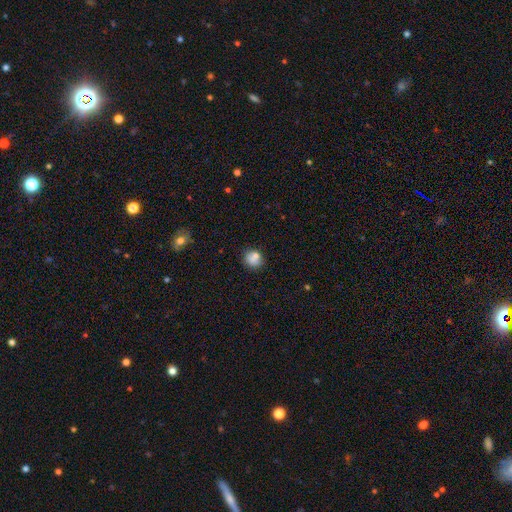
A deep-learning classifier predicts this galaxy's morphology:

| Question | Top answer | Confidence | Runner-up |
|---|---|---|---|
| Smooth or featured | smooth | 79% | featured or disk (11%) |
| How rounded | round | 78% | in between (21%) |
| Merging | none | 65% | minor disturbance (17%) |